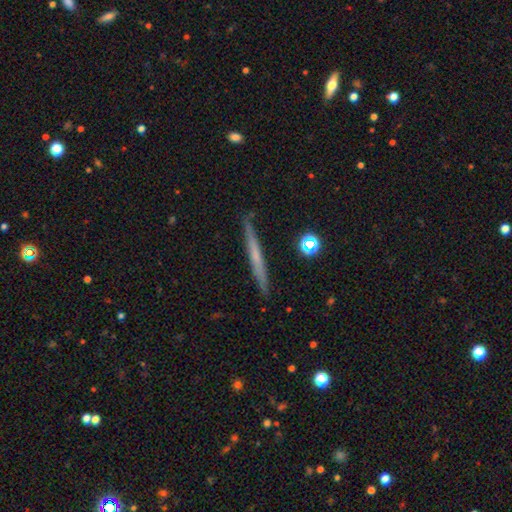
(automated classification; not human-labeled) Smooth or featured? Predicted: featured or disk (p=0.51). Edge-on disk? Predicted: yes (p=0.96). Merging? Predicted: none (p=0.89).